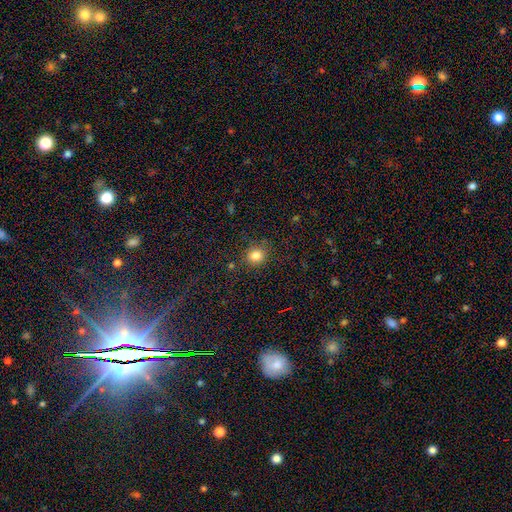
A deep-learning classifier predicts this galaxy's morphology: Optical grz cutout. It shows a smooth galaxy with no disk features (82%) that is round (76%). Merging: none (81%).